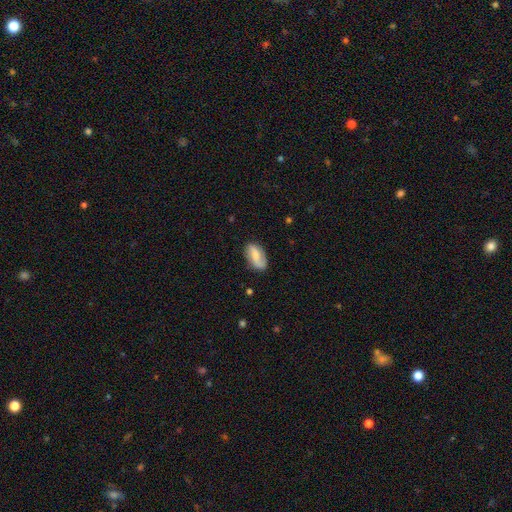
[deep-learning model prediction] Smooth or featured: featured or disk — 56% (smooth — 37%)
Edge-on disk: no — 95% (yes — 5%)
Bar: weak — 41% (no — 38%)
Spiral arms: yes — 88% (no — 12%)
Bulge size: small — 44% (moderate — 42%)
Merging: none — 79% (minor disturbance — 16%)